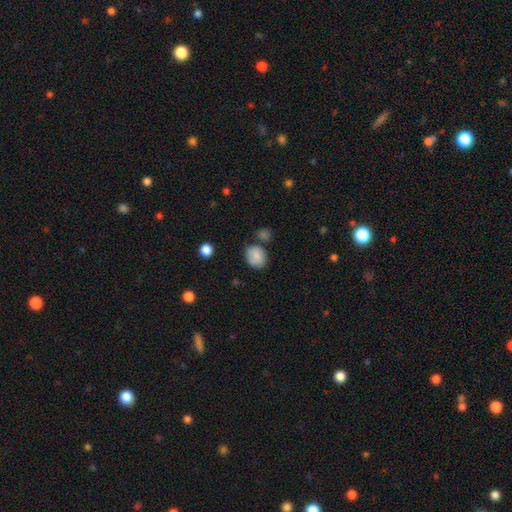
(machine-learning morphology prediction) Smooth or featured?
  - smooth: 83% *
  - featured or disk: 9%
  - star or artifact: 8%
How rounded?
  - round: 51% *
  - in between: 48%
  - cigar-shaped: 1%
Merging?
  - none: 68% *
  - minor disturbance: 18%
  - merger: 9%
  - major disturbance: 5%